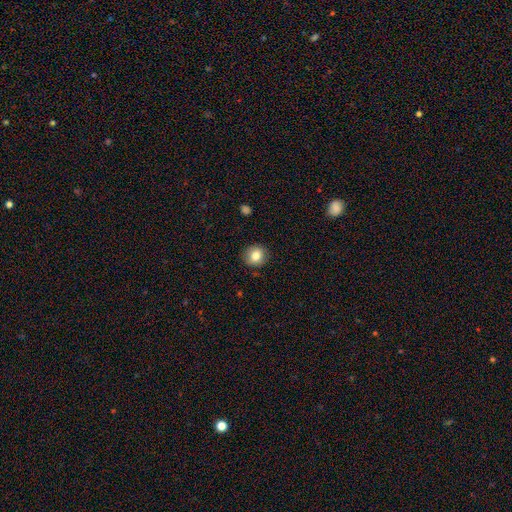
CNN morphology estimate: type=smooth (81%); roundness=round (78%); merging=none (89%).